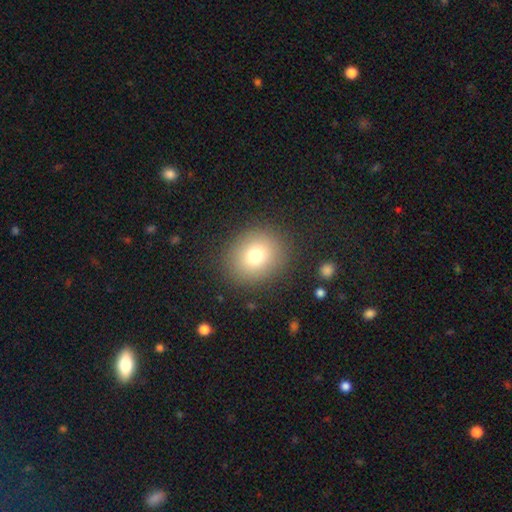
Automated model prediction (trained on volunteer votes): Smooth or featured?
  - smooth: 75% *
  - star or artifact: 13%
  - featured or disk: 11%
How rounded?
  - round: 74% *
  - in between: 25%
  - cigar-shaped: 1%
Merging?
  - none: 87% *
  - minor disturbance: 8%
  - major disturbance: 4%
  - merger: 1%